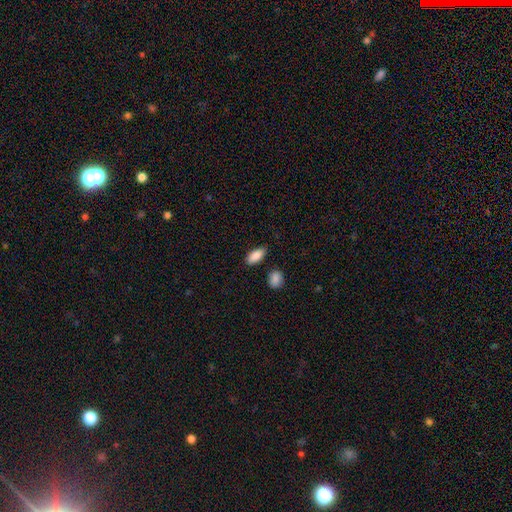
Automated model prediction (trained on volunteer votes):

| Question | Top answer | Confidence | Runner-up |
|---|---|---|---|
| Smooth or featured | smooth | 89% | star or artifact (6%) |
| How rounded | in between | 89% | cigar-shaped (8%) |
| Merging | none | 85% | minor disturbance (10%) |